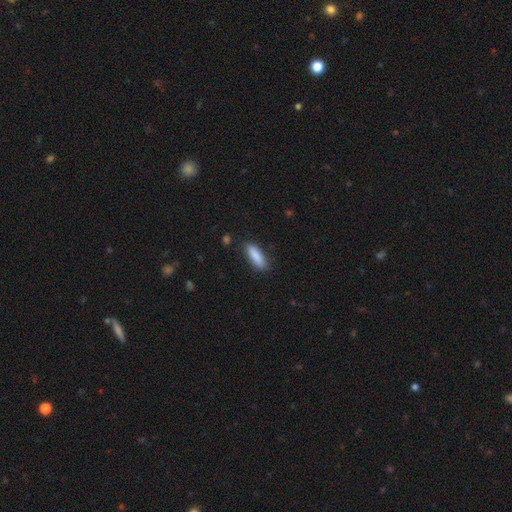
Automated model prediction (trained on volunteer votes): A smooth galaxy with no disk features (87%) that is in between round and cigar-shaped (49%, tied with cigar-shaped). Merging: none (84%).